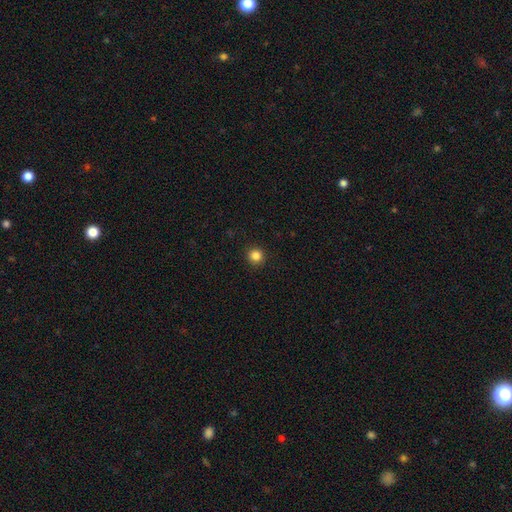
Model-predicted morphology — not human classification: This is clearly a smooth galaxy (85%). How rounded: clearly round (95%). Merging: clearly none (92%).